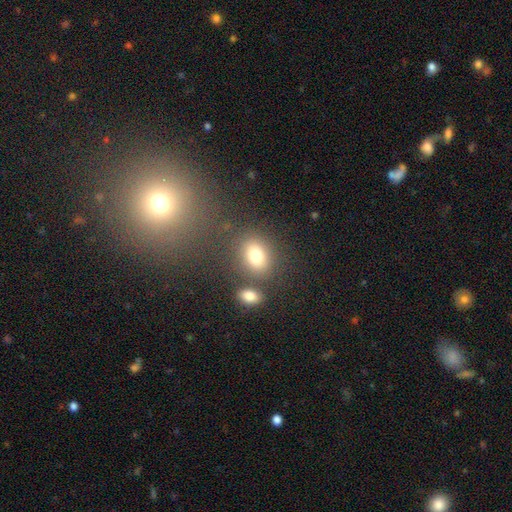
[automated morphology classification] Smooth or featured: smooth — 78% (star or artifact — 12%)
How rounded: in between — 61% (round — 38%)
Merging: none — 70% (merger — 13%)